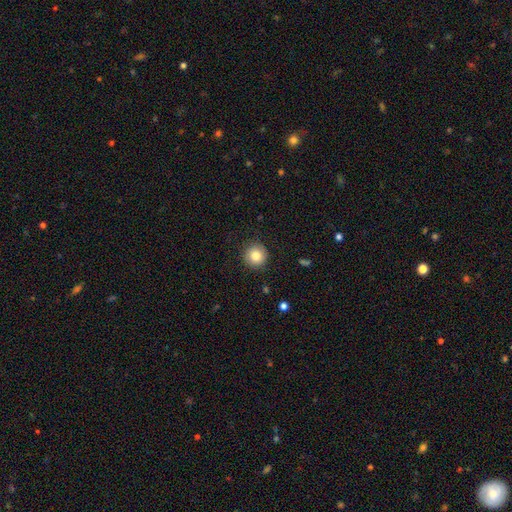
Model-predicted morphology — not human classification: Smooth or featured?
  - smooth: 84% *
  - star or artifact: 9%
  - featured or disk: 7%
How rounded?
  - round: 94% *
  - in between: 5%
  - cigar-shaped: 1%
Merging?
  - none: 89% *
  - minor disturbance: 7%
  - major disturbance: 2%
  - merger: 1%